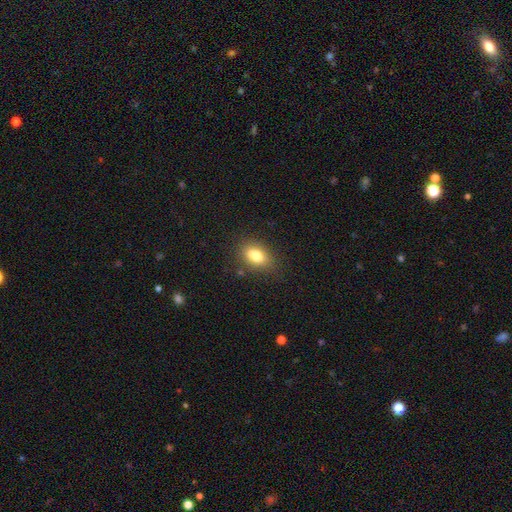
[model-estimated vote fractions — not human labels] smooth_or_featured: smooth (p=0.80) [alt: featured or disk p=0.11]
how_rounded: in between (p=0.82) [alt: round p=0.14]
merging: none (p=0.76) [alt: minor disturbance p=0.15]